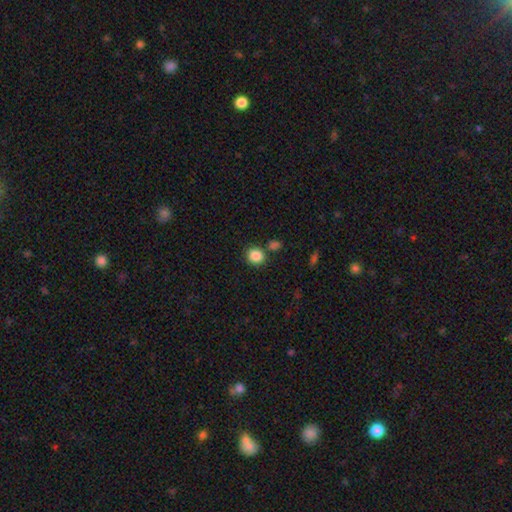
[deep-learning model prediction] A smooth galaxy with no disk features (86%) that is round (84%). Merging: none (79%).